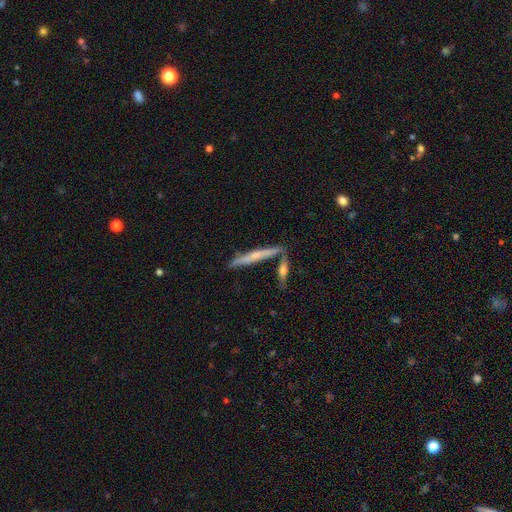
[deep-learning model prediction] The model was most divided on "smooth or featured": featured or disk: 49%, smooth: 44%, star or artifact: 7%. More confident: merging — none (73%).